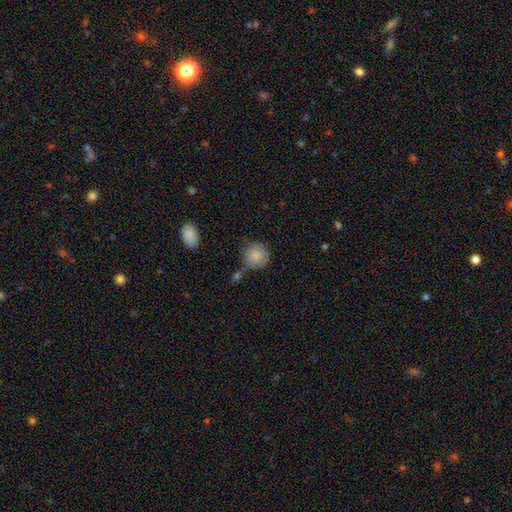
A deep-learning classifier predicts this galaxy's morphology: A smooth galaxy with no disk features (86%) that is round (91%).

Vote fractions:
- Smooth or featured? smooth: 86% / featured or disk: 7% / star or artifact: 7%
- How rounded? round: 91% / in between: 8% / cigar-shaped: 1%
- Merging? none: 65% / minor disturbance: 18% / merger: 12% / major disturbance: 5%